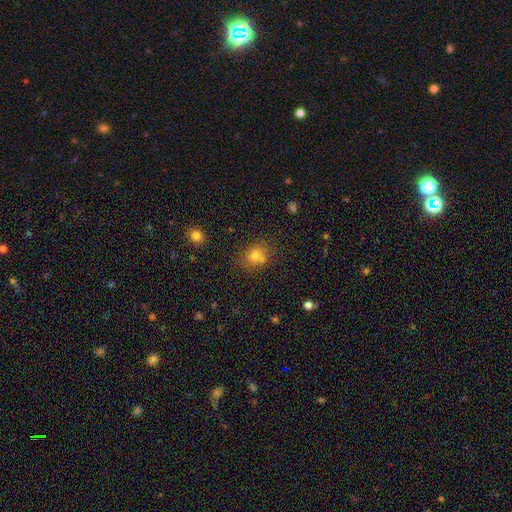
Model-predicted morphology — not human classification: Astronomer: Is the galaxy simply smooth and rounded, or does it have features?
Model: smooth — 73%.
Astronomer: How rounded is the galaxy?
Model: round — 71%.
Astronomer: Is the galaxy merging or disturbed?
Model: none — 61%.